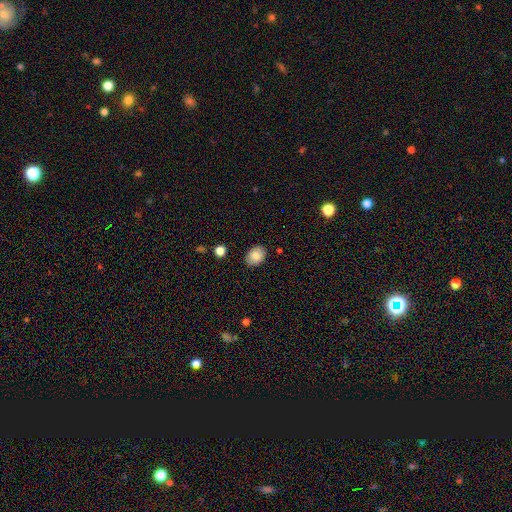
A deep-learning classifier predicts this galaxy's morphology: A smooth galaxy with no disk features (84%) that is in between round and cigar-shaped (67%).

Vote fractions:
- Smooth or featured? smooth: 84% / featured or disk: 8% / star or artifact: 8%
- How rounded? in between: 67% / round: 32% / cigar-shaped: 1%
- Merging? none: 85% / minor disturbance: 11% / major disturbance: 2% / merger: 1%